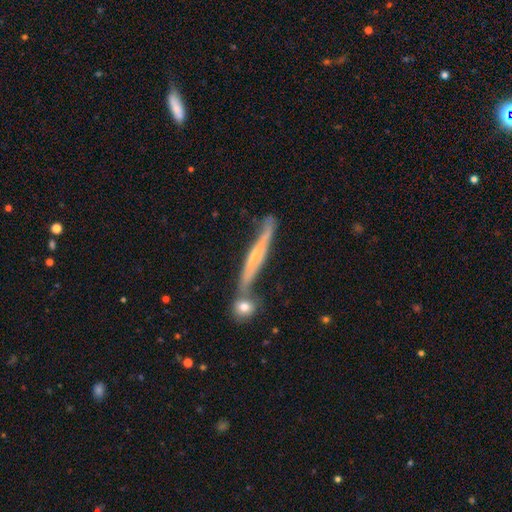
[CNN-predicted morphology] type=featured or disk (72%); edge-on=yes (86%); edge-on bulge=rounded (57%); merging=none (61%).